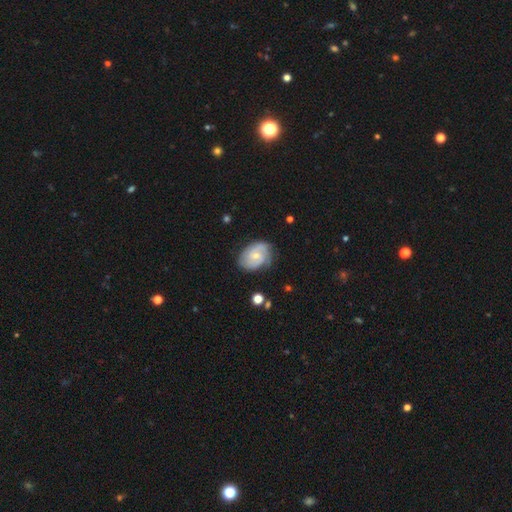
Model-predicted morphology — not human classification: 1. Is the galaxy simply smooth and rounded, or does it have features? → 76% featured or disk, 18% smooth, 6% star or artifact.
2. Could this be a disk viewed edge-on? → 97% no, 3% yes.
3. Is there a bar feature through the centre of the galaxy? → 59% no, 36% weak, 5% strong.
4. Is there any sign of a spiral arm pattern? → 94% yes, 6% no.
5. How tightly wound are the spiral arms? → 52% tight, 37% medium, 11% loose.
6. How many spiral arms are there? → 53% 2, 20% can't tell, 17% 3, 4% 1, 3% 4, 3% more than 4.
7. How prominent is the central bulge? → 58% small, 38% moderate, 2% none, 1% large, 1% dominant.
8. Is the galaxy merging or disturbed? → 73% none, 20% minor disturbance, 6% major disturbance, 2% merger.